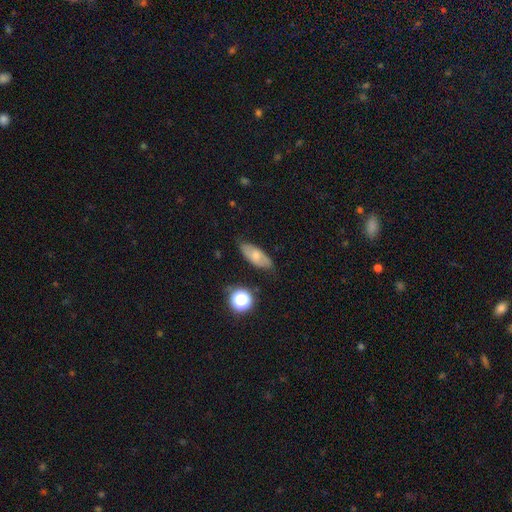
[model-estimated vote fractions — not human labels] A smooth galaxy with no disk features (61%) that is in between round and cigar-shaped (83%). Merging: none (75%).